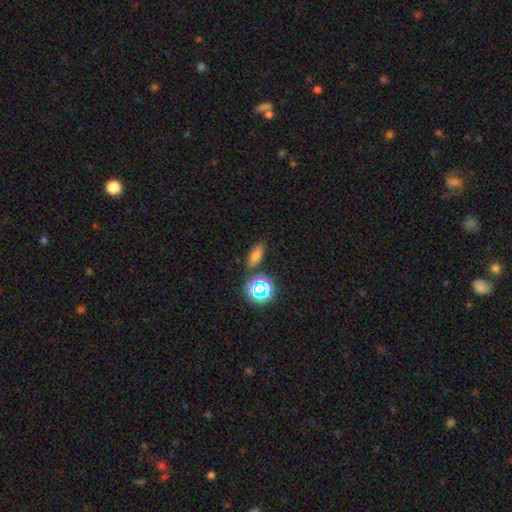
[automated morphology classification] smooth-or-featured: smooth: 67% | star or artifact: 21% | featured or disk: 12%
  how-rounded: in between: 64% | cigar-shaped: 25% | round: 11%
  merging: none: 80% | minor disturbance: 12% | merger: 5% | major disturbance: 3%